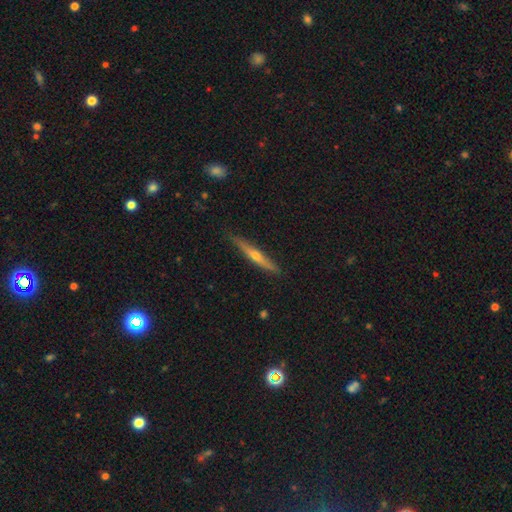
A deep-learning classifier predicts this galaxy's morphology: Overall: featured or disk (69%). Edge-on disk: yes (97%). Edge-on bulge: rounded (85%). Merging: none (88%).